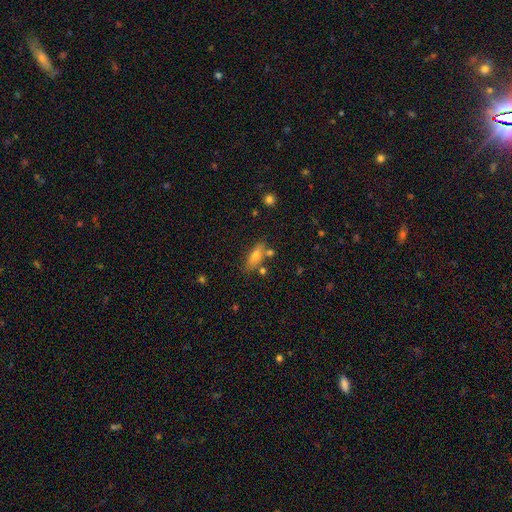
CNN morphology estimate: smooth 67%, featured or disk 23%, star or artifact 10%. Down the decision tree: how rounded — in between (61%); merging — none (69%).